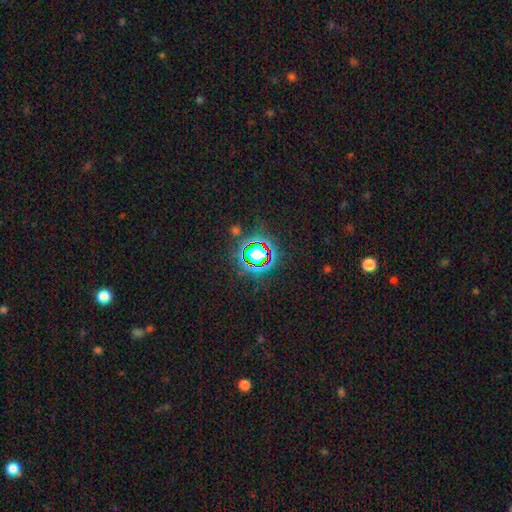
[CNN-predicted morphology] star or artifact 70%, smooth 19%, featured or disk 10%.